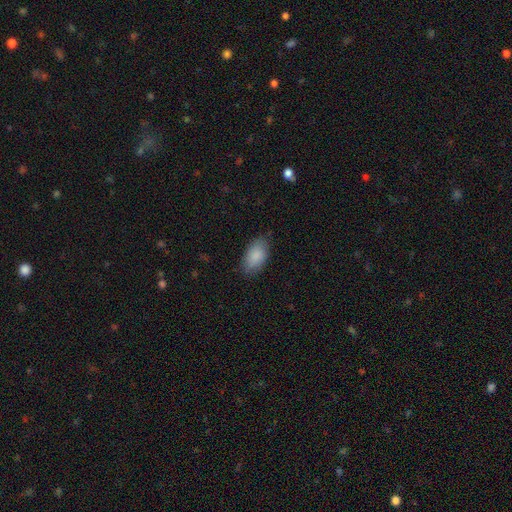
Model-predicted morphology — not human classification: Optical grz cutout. It shows a smooth galaxy with no disk features (88%) that is in between round and cigar-shaped (94%). Merging: none (80%).